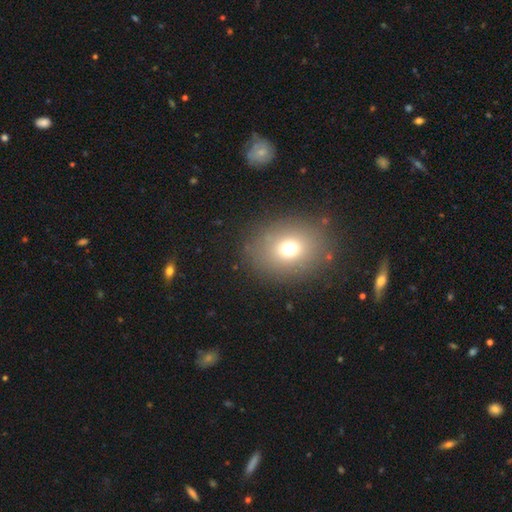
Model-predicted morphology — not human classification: This appears to be a smooth galaxy with no disk features (65%) that is round (52%). Merging: none (86%).